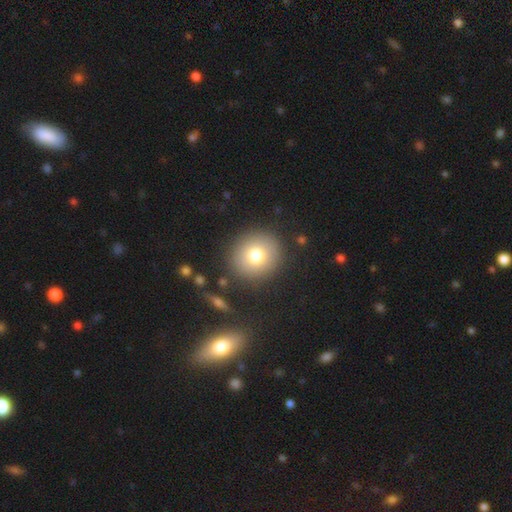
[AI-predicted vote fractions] This is likely a smooth galaxy (76%). How rounded: clearly round (89%). Merging: clearly none (88%).